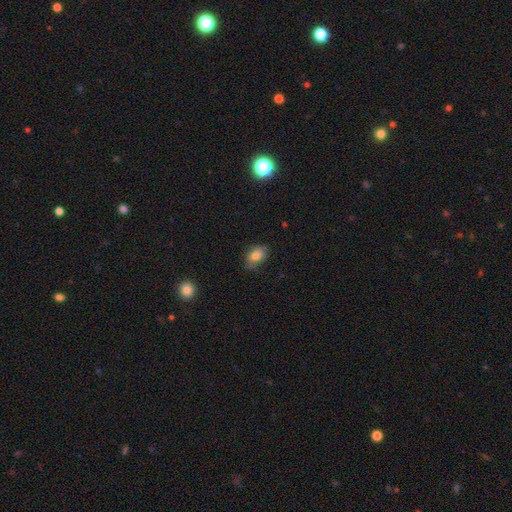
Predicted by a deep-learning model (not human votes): A smooth galaxy with no disk features (80%) that is in between round and cigar-shaped (76%). Merging: none (66%).